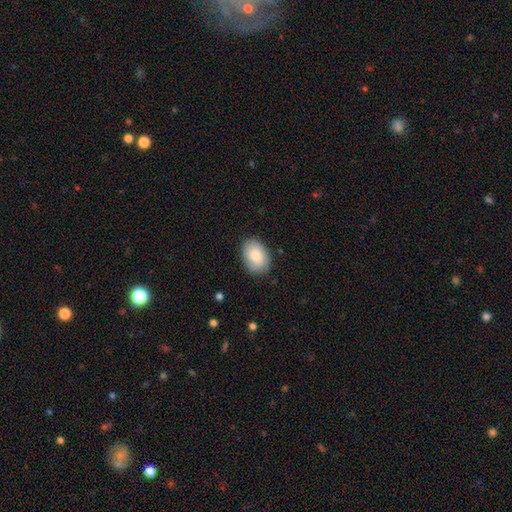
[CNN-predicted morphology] Smooth or featured?
  - smooth: 81% *
  - featured or disk: 13%
  - star or artifact: 6%
How rounded?
  - in between: 83% *
  - round: 16%
  - cigar-shaped: 1%
Merging?
  - none: 82% *
  - minor disturbance: 14%
  - major disturbance: 3%
  - merger: 1%